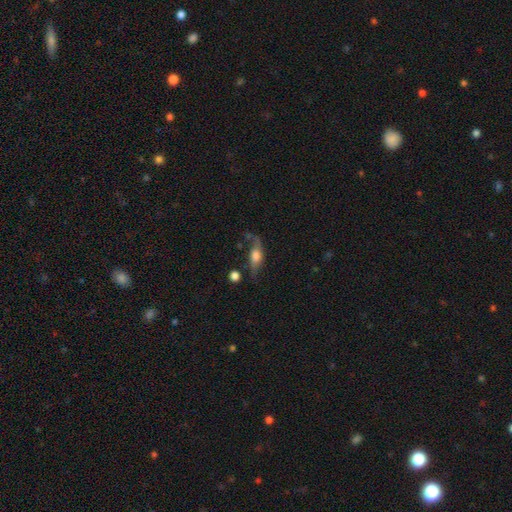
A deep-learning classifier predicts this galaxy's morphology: Smooth or featured? featured or disk (55%)
Edge-on disk? yes (52%)
Merging? none (53%)